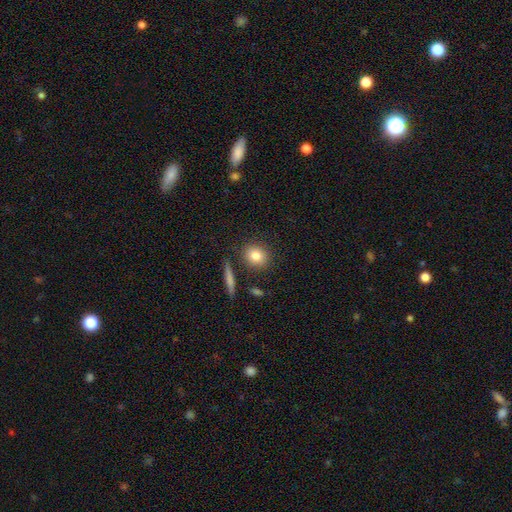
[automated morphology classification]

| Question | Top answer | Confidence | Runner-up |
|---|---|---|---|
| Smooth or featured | smooth | 82% | featured or disk (9%) |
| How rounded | round | 74% | in between (23%) |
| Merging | none | 84% | minor disturbance (9%) |